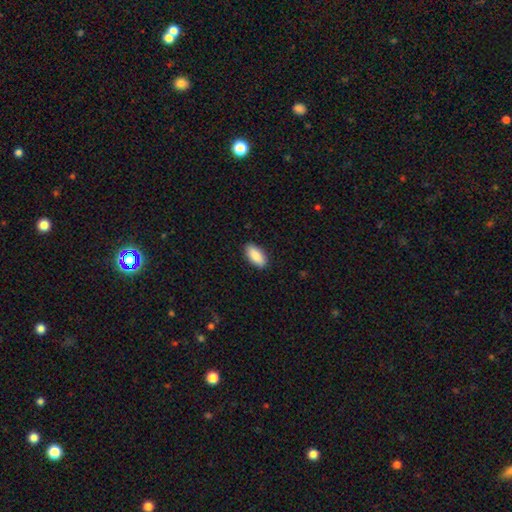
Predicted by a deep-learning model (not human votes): smooth-or-featured: smooth: 91% | star or artifact: 6% | featured or disk: 4%
  how-rounded: in between: 91% | cigar-shaped: 7% | round: 2%
  merging: none: 89% | minor disturbance: 8% | major disturbance: 2% | merger: 1%